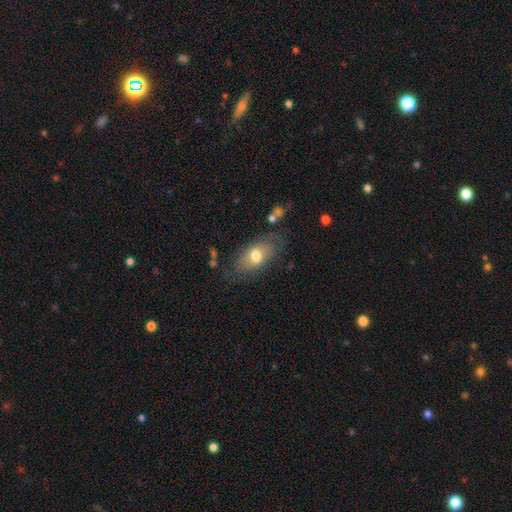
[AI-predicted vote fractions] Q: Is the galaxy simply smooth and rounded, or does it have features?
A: smooth — 67%.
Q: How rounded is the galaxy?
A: in between — 86%.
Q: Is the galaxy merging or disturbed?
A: none — 71%.